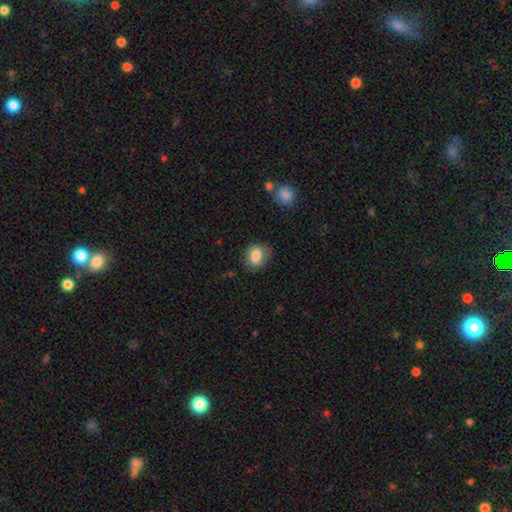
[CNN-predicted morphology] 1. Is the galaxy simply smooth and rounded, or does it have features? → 78% smooth, 14% featured or disk, 8% star or artifact.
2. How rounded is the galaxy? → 58% in between, 40% round, 2% cigar-shaped.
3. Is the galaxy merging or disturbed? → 74% none, 18% minor disturbance, 6% major disturbance, 2% merger.